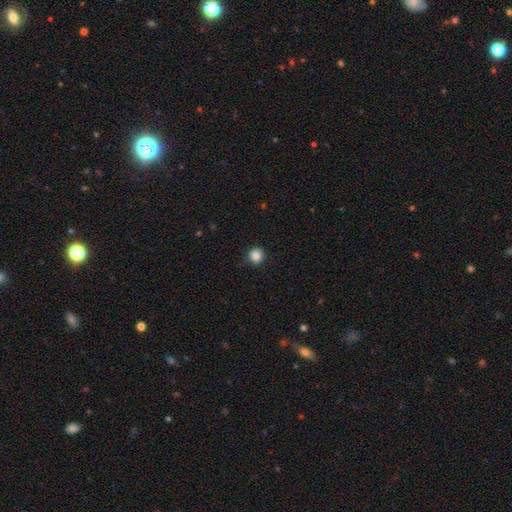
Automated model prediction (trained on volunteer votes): Morphology: type=smooth (83%); roundness=round (95%); merging=none (88%).